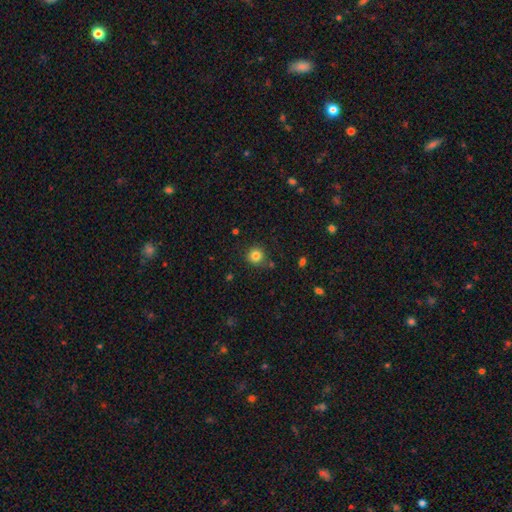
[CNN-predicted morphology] The model was most divided on "smooth or featured": smooth: 82%, star or artifact: 13%, featured or disk: 6%. More confident: how rounded — round (93%); merging — none (84%).